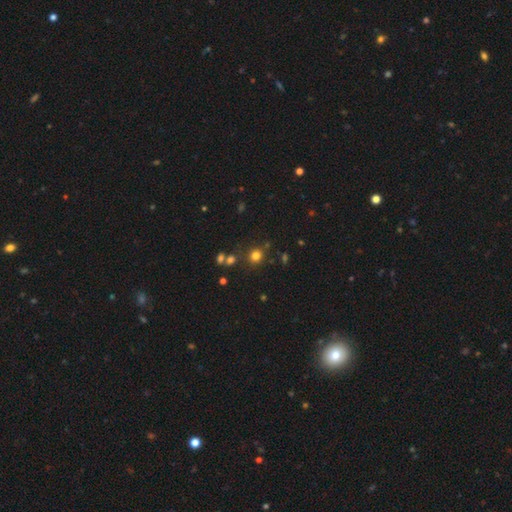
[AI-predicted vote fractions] Smooth or featured? Predicted: smooth (p=0.75). How rounded? Predicted: round (p=0.87). Merging? Predicted: none (p=0.80).